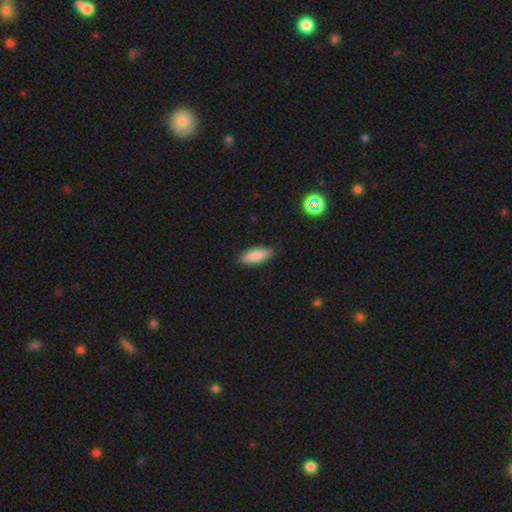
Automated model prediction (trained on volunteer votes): smooth_or_featured: smooth (p=0.83) [alt: featured or disk p=0.10]
how_rounded: in between (p=0.67) [alt: cigar-shaped p=0.31]
merging: none (p=0.86) [alt: minor disturbance p=0.11]